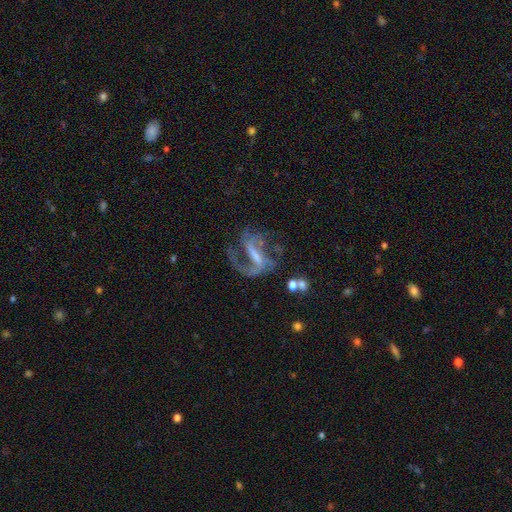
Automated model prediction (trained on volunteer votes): Q: Smooth or featured?
A: featured or disk (82%); runner-up: star or artifact (10%)
Q: Edge-on disk?
A: no (95%); runner-up: yes (5%)
Q: Bar?
A: strong (49%); runner-up: weak (36%)
Q: Spiral arms?
A: yes (91%); runner-up: no (9%)
Q: Spiral winding?
A: medium (44%); runner-up: loose (43%)
Q: Spiral arm count?
A: 2 (56%); runner-up: 1 (18%)
Q: Bulge size?
A: small (39%); runner-up: none (30%)
Q: Merging?
A: none (47%); runner-up: major disturbance (32%)